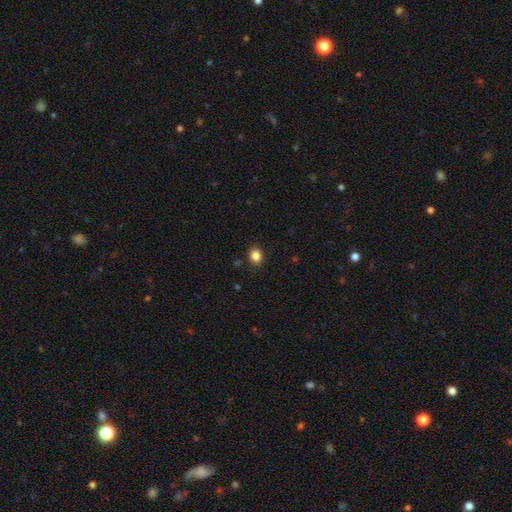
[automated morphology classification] Smooth or featured? Predicted: smooth (p=0.85). How rounded? Predicted: round (p=0.58). Merging? Predicted: none (p=0.89).